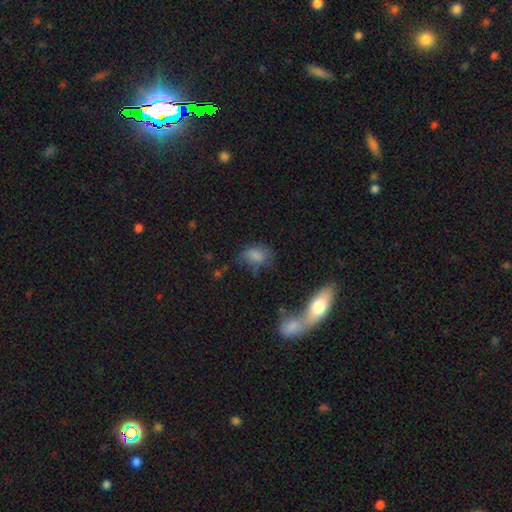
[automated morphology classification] Q: Smooth or featured?
A: smooth (76%); runner-up: star or artifact (12%)
Q: How rounded?
A: in between (78%); runner-up: round (20%)
Q: Merging?
A: none (49%); runner-up: minor disturbance (29%)